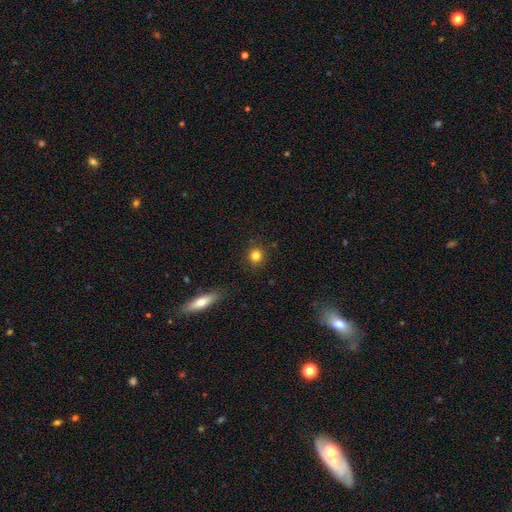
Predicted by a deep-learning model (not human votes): smooth-or-featured: smooth: 82% | star or artifact: 12% | featured or disk: 6%
  how-rounded: round: 91% | in between: 8% | cigar-shaped: 1%
  merging: none: 88% | minor disturbance: 8% | major disturbance: 2% | merger: 2%